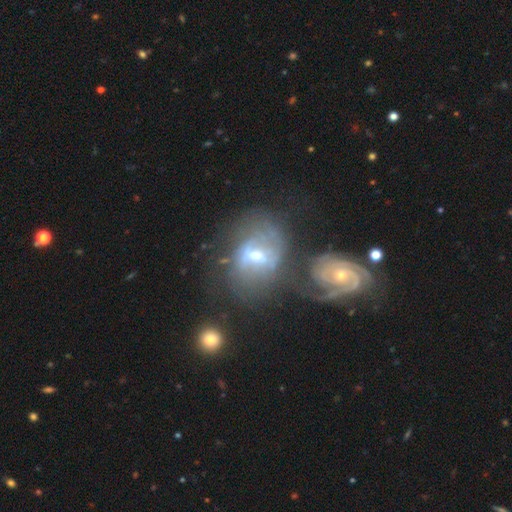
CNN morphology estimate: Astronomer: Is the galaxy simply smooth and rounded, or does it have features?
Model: featured or disk — 77%.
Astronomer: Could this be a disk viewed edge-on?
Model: no — 96%.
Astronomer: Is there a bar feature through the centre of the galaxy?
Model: weak — 51%.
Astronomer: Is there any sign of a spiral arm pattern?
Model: yes — 79%.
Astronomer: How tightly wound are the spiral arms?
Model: tight — 41% (runner-up: medium, 38%).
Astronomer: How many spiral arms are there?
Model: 2 — 39% (runner-up: can't tell, 37%).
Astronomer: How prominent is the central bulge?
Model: moderate — 53% (runner-up: small, 38%).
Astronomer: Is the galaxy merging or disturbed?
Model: merger — 35% (runner-up: none, 32%).